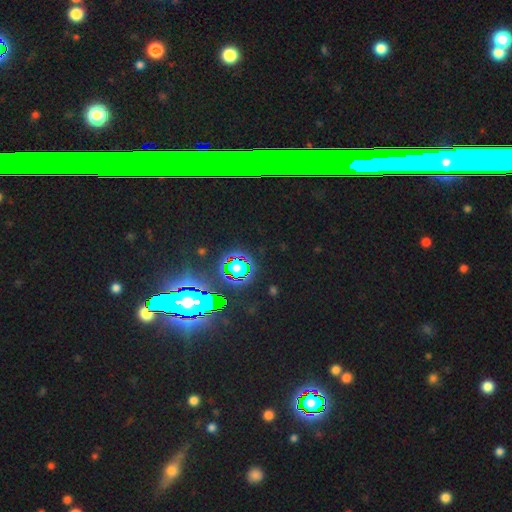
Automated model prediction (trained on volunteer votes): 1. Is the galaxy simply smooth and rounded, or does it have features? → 78% star or artifact, 11% smooth, 11% featured or disk.